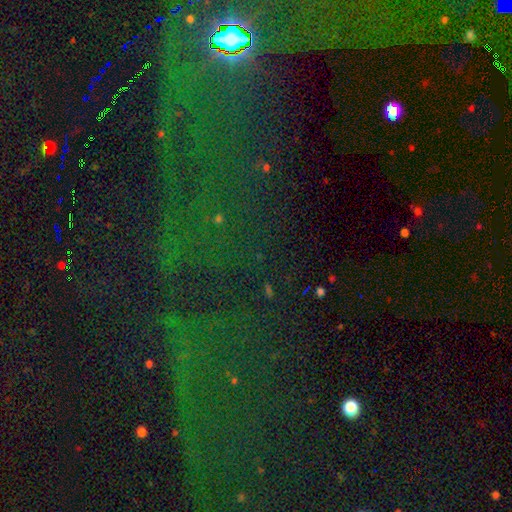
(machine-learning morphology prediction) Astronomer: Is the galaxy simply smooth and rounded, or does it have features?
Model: star or artifact — 75%.